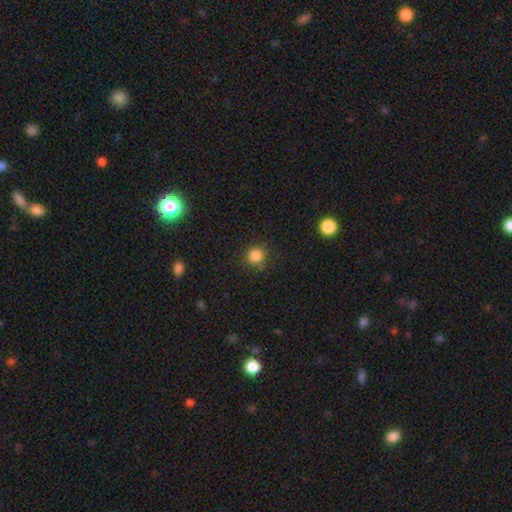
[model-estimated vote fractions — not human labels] This appears to be a smooth galaxy with no disk features (84%) that is round (91%). Merging: none (84%).